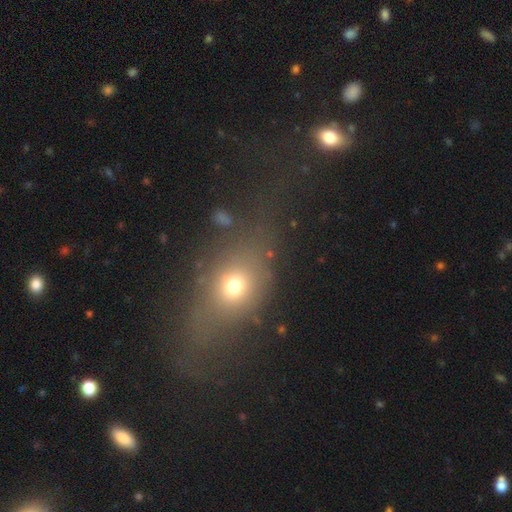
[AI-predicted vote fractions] This is possibly a smooth galaxy (54%). How rounded: possibly in between (56%). Merging: likely none (61%).